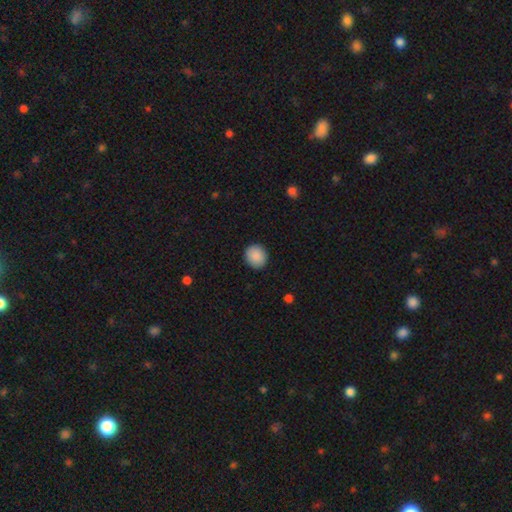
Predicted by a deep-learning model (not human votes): Smooth or featured: smooth — 90% (star or artifact — 7%)
How rounded: round — 81% (in between — 18%)
Merging: none — 91% (minor disturbance — 6%)